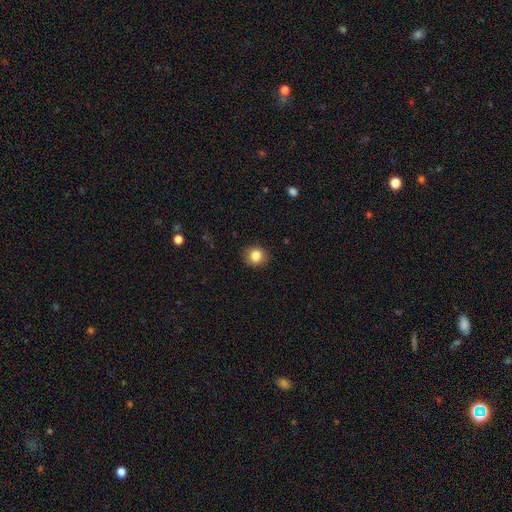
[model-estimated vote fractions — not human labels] smooth 83%, star or artifact 10%, featured or disk 6%. Down the decision tree: how rounded — round (83%); merging — none (90%).